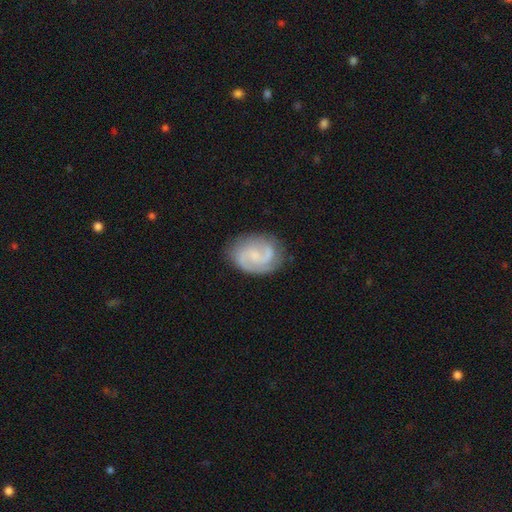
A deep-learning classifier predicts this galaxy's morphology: Smooth or featured? Predicted: featured or disk (p=0.82). Edge-on disk? Predicted: no (p=0.98). Bar? Predicted: no (p=0.48). Spiral arms? Predicted: yes (p=0.96). Spiral winding? Predicted: medium (p=0.52). Spiral arm count? Predicted: 2 (p=0.87). Bulge size? Predicted: small (p=0.55). Merging? Predicted: none (p=0.80).